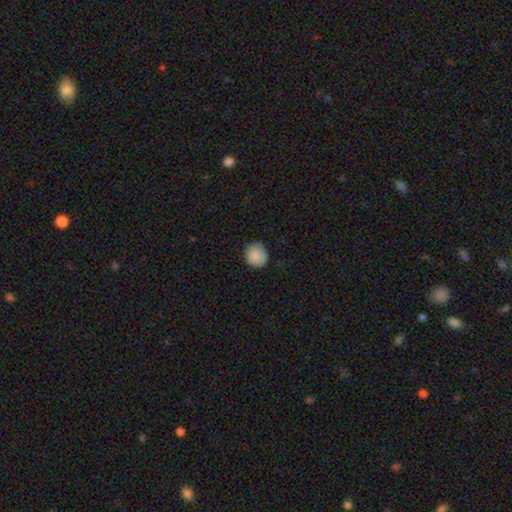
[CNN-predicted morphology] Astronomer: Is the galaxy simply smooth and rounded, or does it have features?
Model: smooth — 85%.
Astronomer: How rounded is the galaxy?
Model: round — 84%.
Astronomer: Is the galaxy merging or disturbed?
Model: none — 80%.